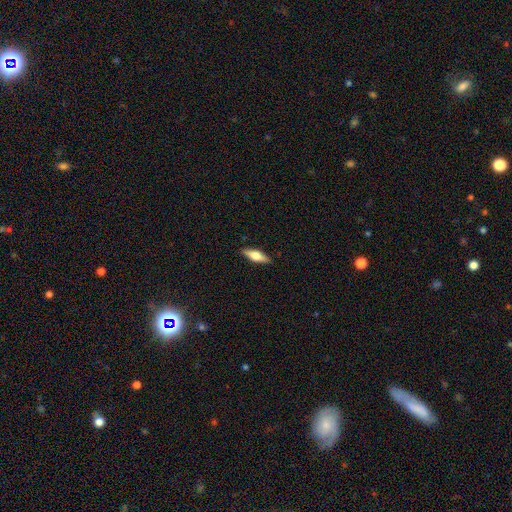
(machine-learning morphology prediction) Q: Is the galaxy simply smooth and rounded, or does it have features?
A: smooth — 48%.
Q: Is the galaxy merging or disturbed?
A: none — 88%.